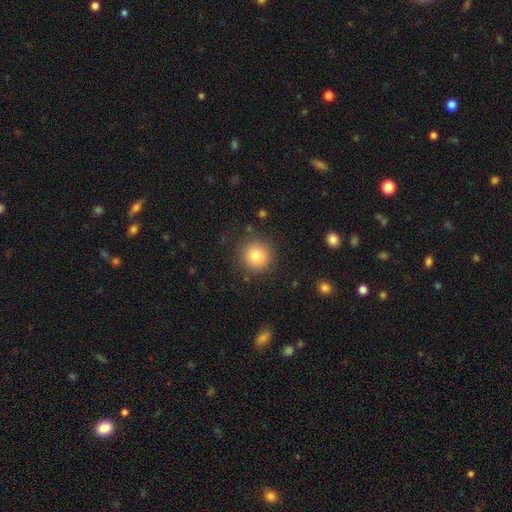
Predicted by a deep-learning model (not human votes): A smooth galaxy with no disk features (82%) that is round (94%).

Vote fractions:
- Smooth or featured? smooth: 82% / star or artifact: 11% / featured or disk: 8%
- How rounded? round: 94% / in between: 5% / cigar-shaped: 1%
- Merging? none: 87% / minor disturbance: 8% / major disturbance: 3% / merger: 2%